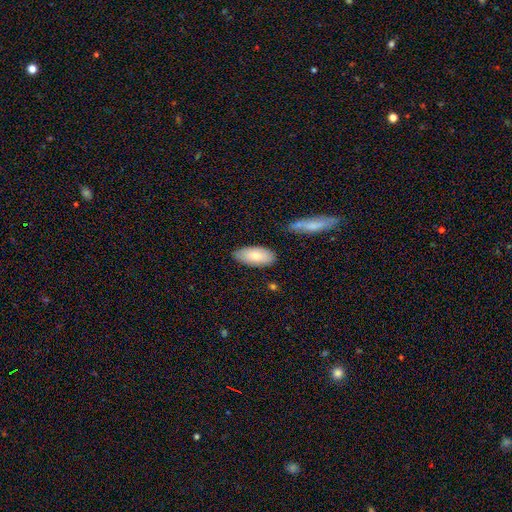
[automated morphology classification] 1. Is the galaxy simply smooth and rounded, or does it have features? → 77% smooth, 17% featured or disk, 6% star or artifact.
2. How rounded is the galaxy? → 90% in between, 8% cigar-shaped, 2% round.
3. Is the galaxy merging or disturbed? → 80% none, 15% minor disturbance, 3% major disturbance, 3% merger.